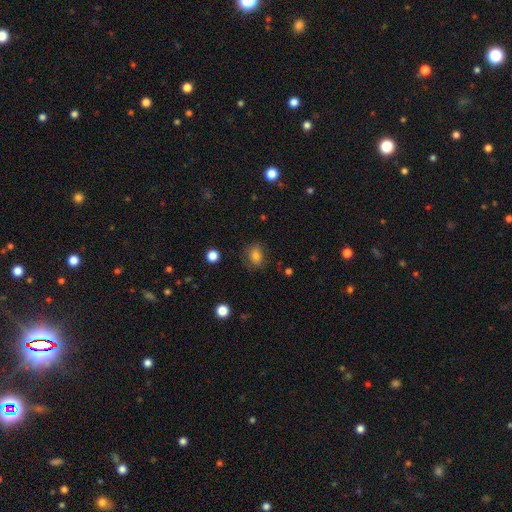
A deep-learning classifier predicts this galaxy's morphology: Smooth or featured? Predicted: smooth (p=0.78). How rounded? Predicted: in between (p=0.54). Merging? Predicted: none (p=0.77).